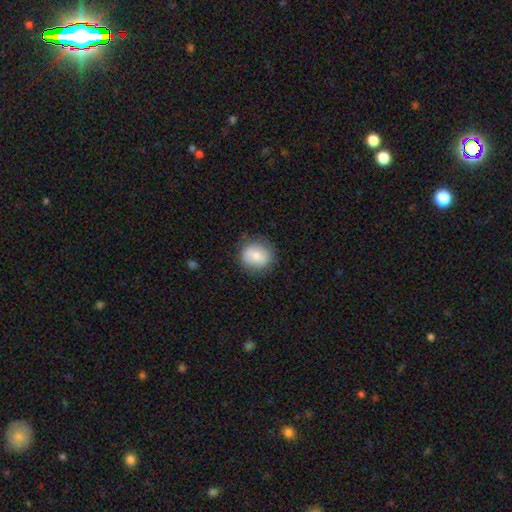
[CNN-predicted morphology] This is likely a smooth galaxy (75%). How rounded: clearly round (83%). Merging: clearly none (81%).